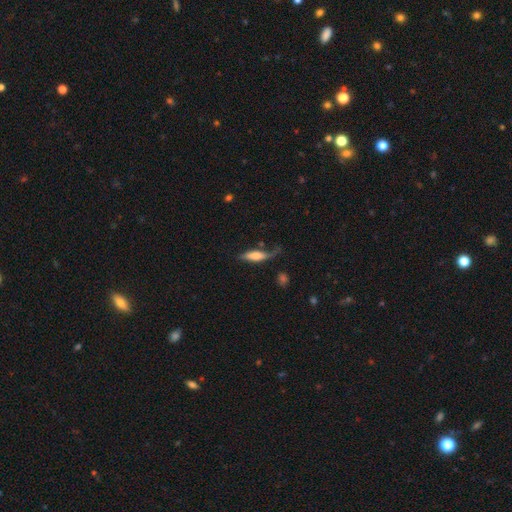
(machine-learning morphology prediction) Smooth or featured?
  - smooth: 60% *
  - featured or disk: 33%
  - star or artifact: 7%
How rounded?
  - cigar-shaped: 57% *
  - in between: 40%
  - round: 3%
Merging?
  - none: 43% *
  - minor disturbance: 29%
  - major disturbance: 21%
  - merger: 6%